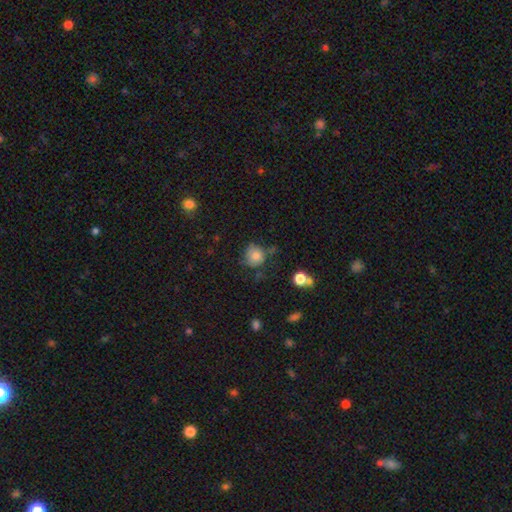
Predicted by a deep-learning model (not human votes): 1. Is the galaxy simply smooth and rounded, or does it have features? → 78% smooth, 11% star or artifact, 11% featured or disk.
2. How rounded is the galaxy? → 82% round, 17% in between, 1% cigar-shaped.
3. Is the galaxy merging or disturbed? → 58% none, 27% minor disturbance, 9% major disturbance, 6% merger.